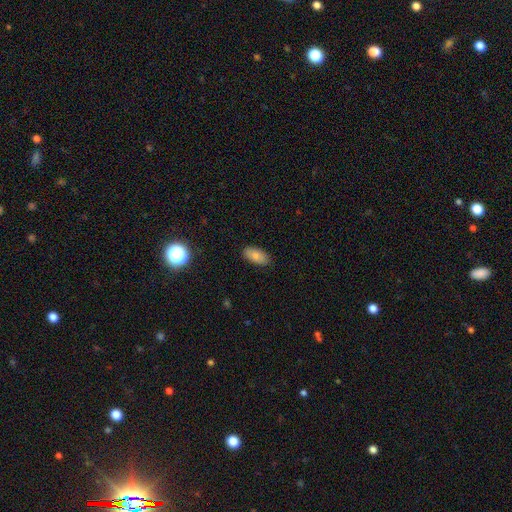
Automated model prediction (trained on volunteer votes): smooth-or-featured: smooth: 78% | featured or disk: 13% | star or artifact: 9%
  how-rounded: in between: 92% | cigar-shaped: 4% | round: 3%
  merging: none: 86% | minor disturbance: 10% | major disturbance: 2% | merger: 1%